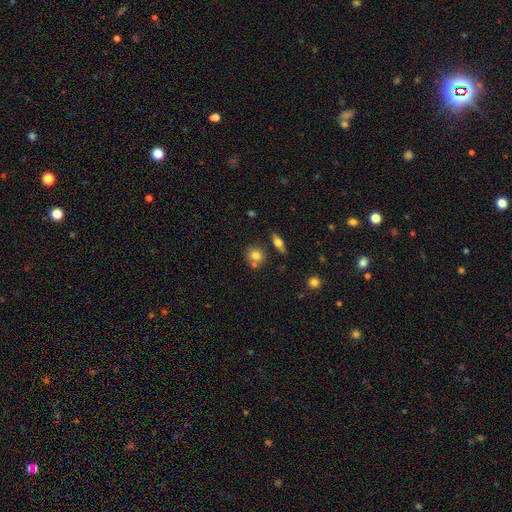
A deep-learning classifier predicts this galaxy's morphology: A smooth galaxy with no disk features (75%) that is round (79%). Merging: none (62%).